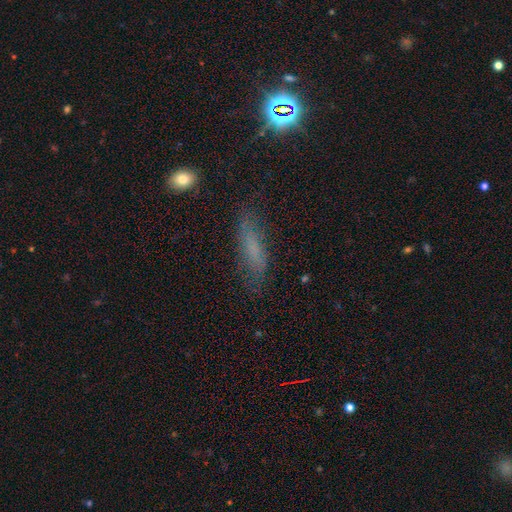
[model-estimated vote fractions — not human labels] Morphology: type=smooth (58%); roundness=cigar-shaped (57%); merging=none (70%).